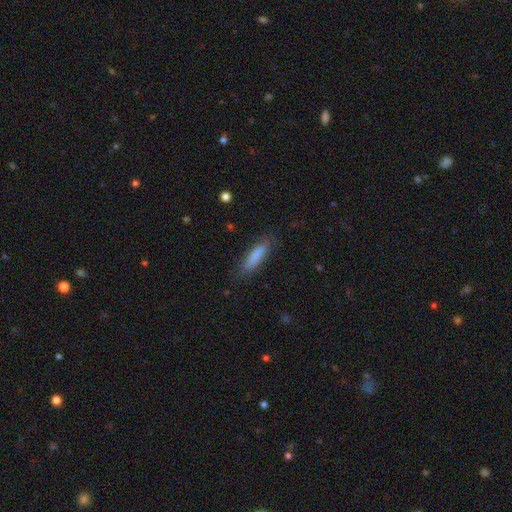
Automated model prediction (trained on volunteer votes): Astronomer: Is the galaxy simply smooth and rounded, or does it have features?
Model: smooth — 83%.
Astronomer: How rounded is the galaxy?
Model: cigar-shaped — 70%.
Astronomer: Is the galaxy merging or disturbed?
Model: none — 82%.